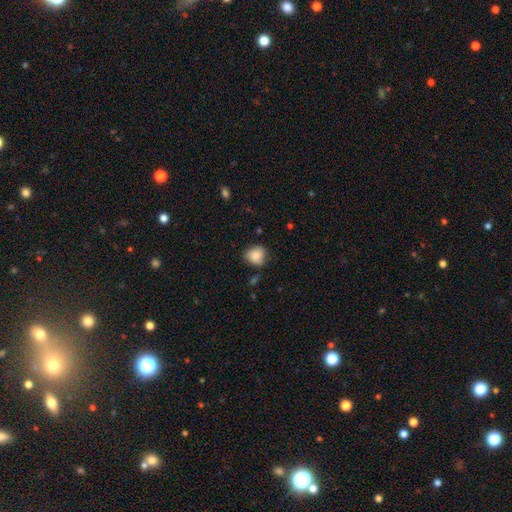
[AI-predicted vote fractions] Q: Smooth or featured?
A: smooth (83%); runner-up: featured or disk (9%)
Q: How rounded?
A: round (70%); runner-up: in between (29%)
Q: Merging?
A: none (62%); runner-up: minor disturbance (28%)